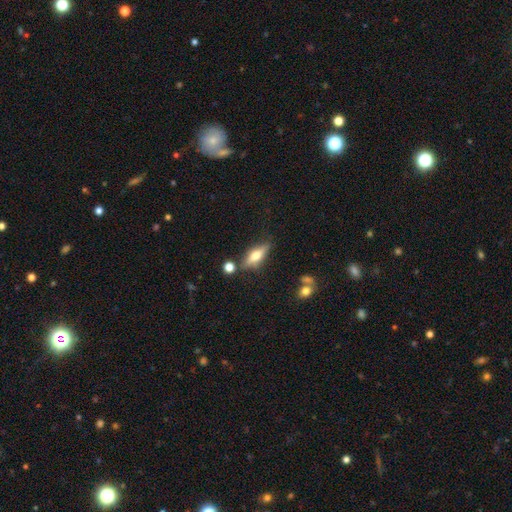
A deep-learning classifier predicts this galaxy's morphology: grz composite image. It shows a featured or disk galaxy (49%). Merging: none (76%).